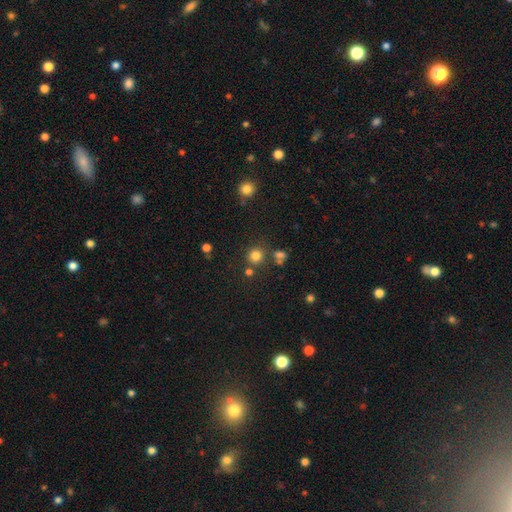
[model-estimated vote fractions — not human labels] This is likely a smooth galaxy (78%). How rounded: clearly round (90%). Merging: likely none (77%).